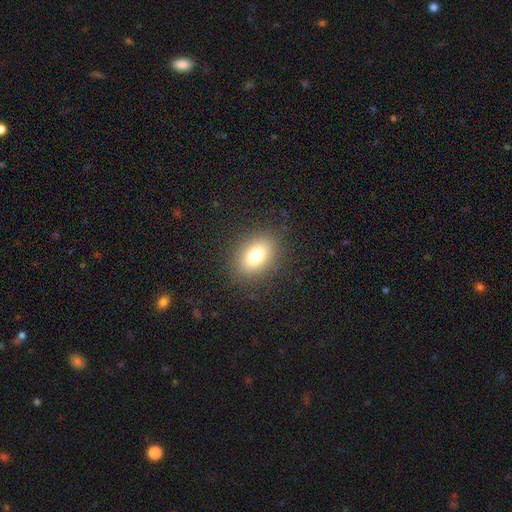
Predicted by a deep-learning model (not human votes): This appears to be a smooth galaxy with no disk features (75%) that is in between round and cigar-shaped (70%). Merging: none (87%).